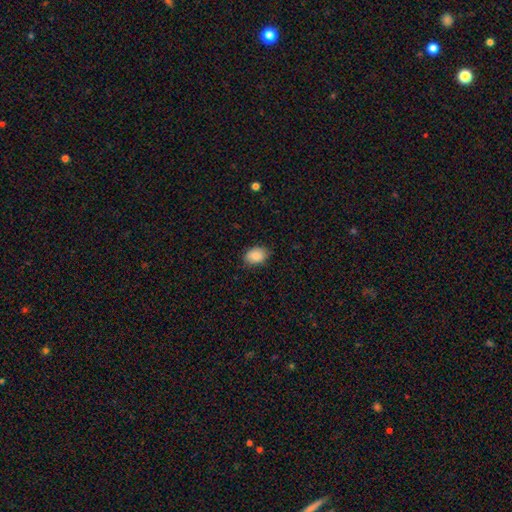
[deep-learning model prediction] Smooth or featured?
  - smooth: 86% *
  - star or artifact: 8%
  - featured or disk: 7%
How rounded?
  - in between: 75% *
  - round: 24%
  - cigar-shaped: 1%
Merging?
  - none: 79% *
  - minor disturbance: 17%
  - major disturbance: 3%
  - merger: 1%